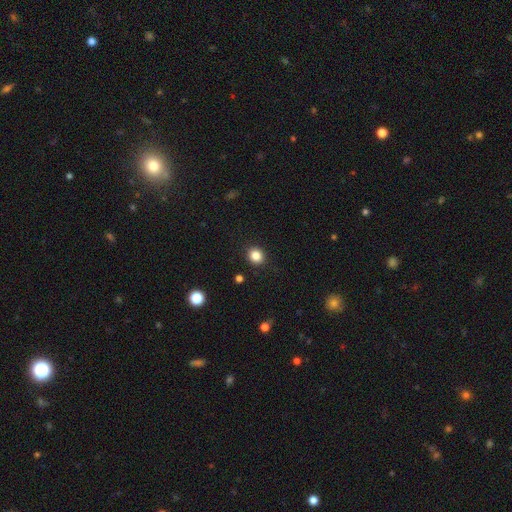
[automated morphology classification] smooth_or_featured: smooth (p=0.85) [alt: star or artifact p=0.11]
how_rounded: round (p=0.79) [alt: in between p=0.20]
merging: none (p=0.90) [alt: minor disturbance p=0.07]